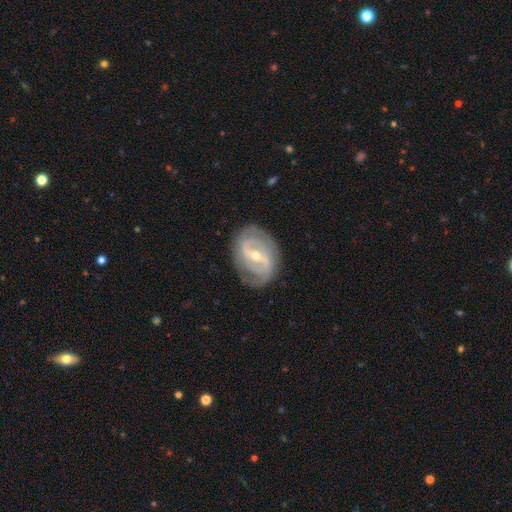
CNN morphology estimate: The model was most divided on "spiral winding": medium: 43%, tight: 39%, loose: 18%. More confident: edge-on disk — no (96%); spiral arms — yes (94%); smooth or featured — featured or disk (87%); merging — none (77%); spiral arm count — 2 (72%); bulge size — small (52%); bar — strong (50%).